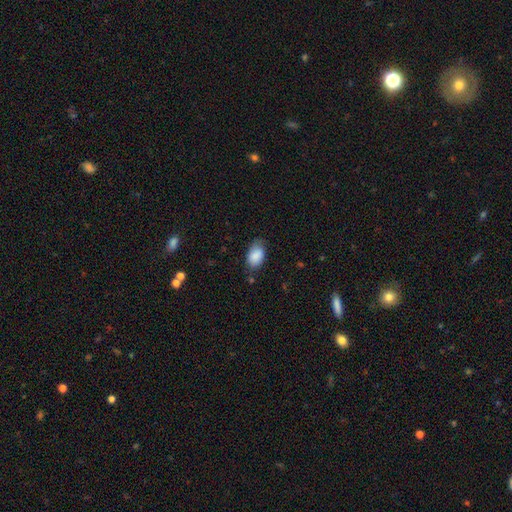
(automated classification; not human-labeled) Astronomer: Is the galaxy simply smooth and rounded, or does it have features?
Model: smooth — 87%.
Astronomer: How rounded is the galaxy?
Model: in between — 91%.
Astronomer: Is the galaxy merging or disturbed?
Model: none — 67%.